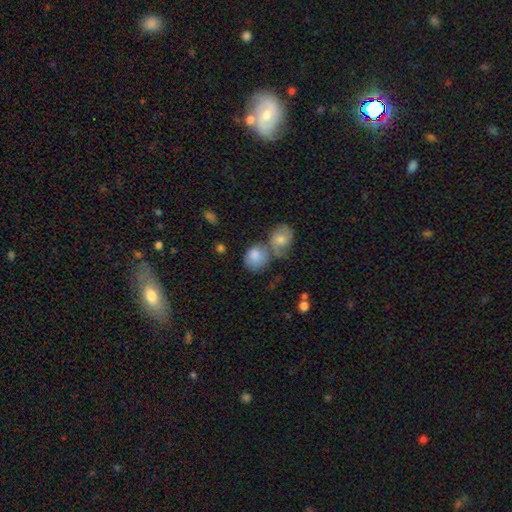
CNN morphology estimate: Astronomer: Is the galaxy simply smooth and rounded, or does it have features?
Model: smooth — 82%.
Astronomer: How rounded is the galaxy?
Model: round — 68%.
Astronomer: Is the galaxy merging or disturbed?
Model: merger — 43% (runner-up: none, 38%).